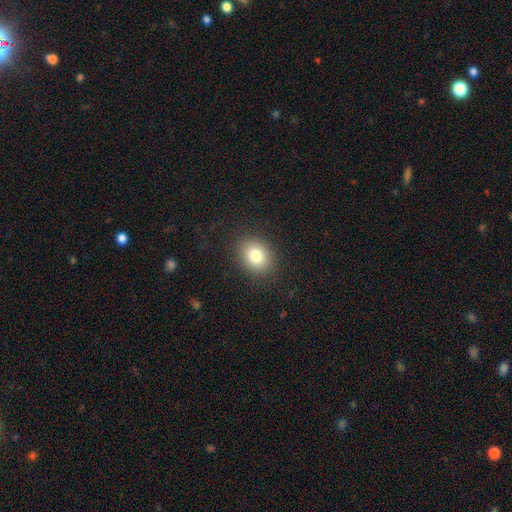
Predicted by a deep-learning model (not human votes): A smooth galaxy with no disk features (81%) that is in between round and cigar-shaped (50%).

Vote fractions:
- Smooth or featured? smooth: 81% / star or artifact: 11% / featured or disk: 9%
- How rounded? in between: 50% / round: 49% / cigar-shaped: 1%
- Merging? none: 87% / minor disturbance: 8% / major disturbance: 3% / merger: 1%